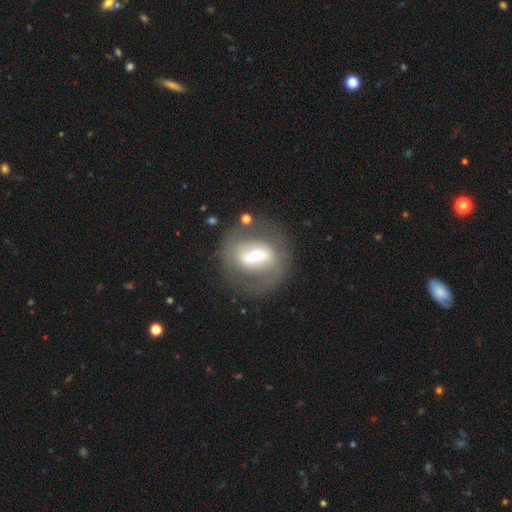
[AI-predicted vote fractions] Morphology: type=featured or disk (65%); edge-on=no (92%); bar=strong (44%); spiral arms=no (54%); bulge=moderate (57%); merging=none (71%).